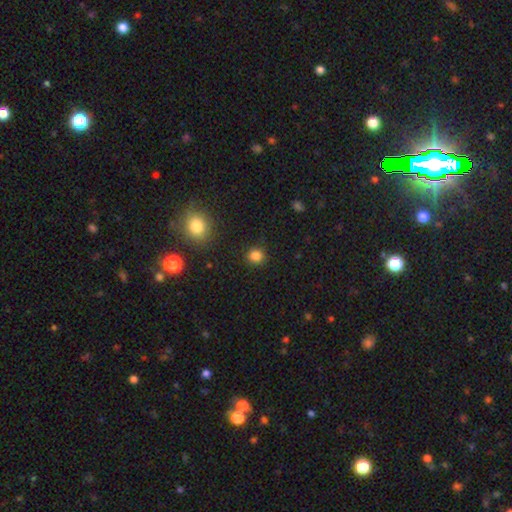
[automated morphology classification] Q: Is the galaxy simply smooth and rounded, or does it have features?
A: smooth — 83%.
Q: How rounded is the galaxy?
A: round — 89%.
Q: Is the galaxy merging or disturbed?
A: none — 91%.